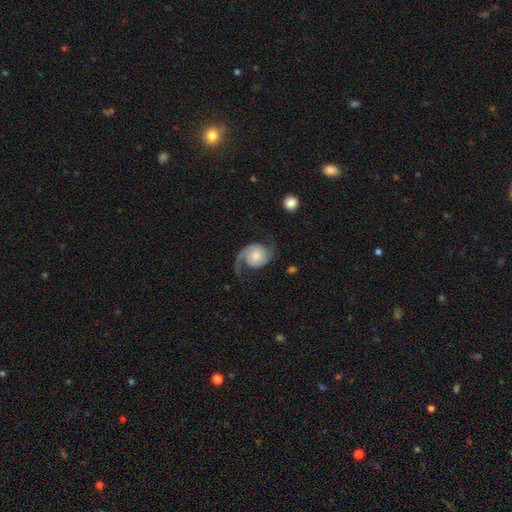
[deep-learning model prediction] Smooth or featured? Predicted: featured or disk (p=0.83). Edge-on disk? Predicted: no (p=0.98). Bar? Predicted: no (p=0.74). Spiral arms? Predicted: yes (p=0.97). Spiral winding? Predicted: loose (p=0.50). Spiral arm count? Predicted: 2 (p=0.81). Bulge size? Predicted: small (p=0.39, tied with moderate). Merging? Predicted: none (p=0.62).